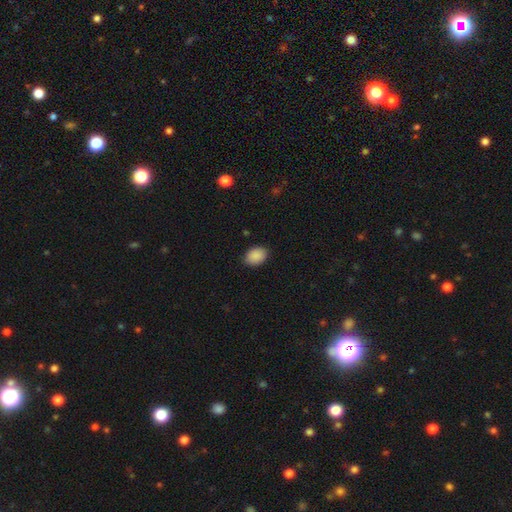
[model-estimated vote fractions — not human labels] Smooth or featured: smooth — 90% (star or artifact — 7%)
How rounded: in between — 70% (round — 29%)
Merging: none — 88% (minor disturbance — 9%)